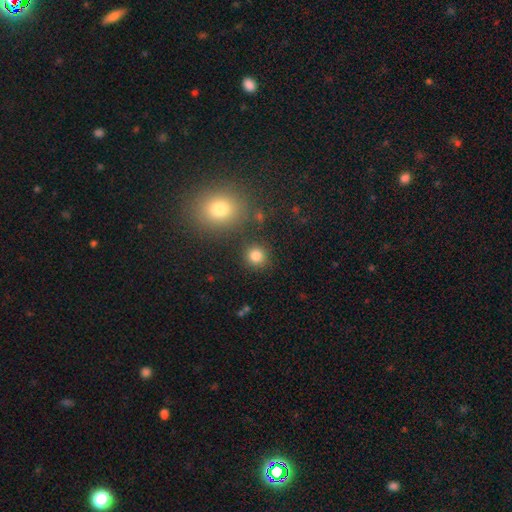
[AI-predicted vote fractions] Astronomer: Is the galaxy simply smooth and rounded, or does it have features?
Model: smooth — 83%.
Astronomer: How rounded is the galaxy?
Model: round — 90%.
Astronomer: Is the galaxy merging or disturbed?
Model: none — 85%.